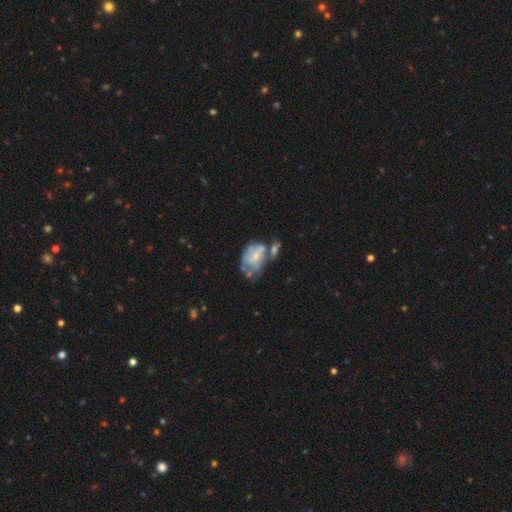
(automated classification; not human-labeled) The model was most divided on "smooth or featured": featured or disk: 51%, smooth: 40%, star or artifact: 8%. Remaining: edge-on disk — no (97%); merging — merger (35%).